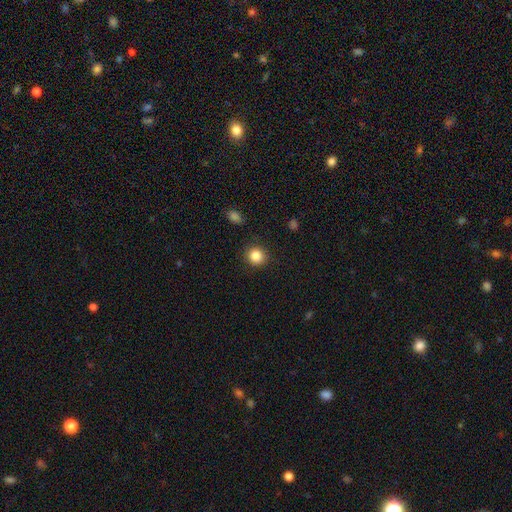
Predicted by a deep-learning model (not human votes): Morphology: type=smooth (86%); roundness=round (87%); merging=none (89%).